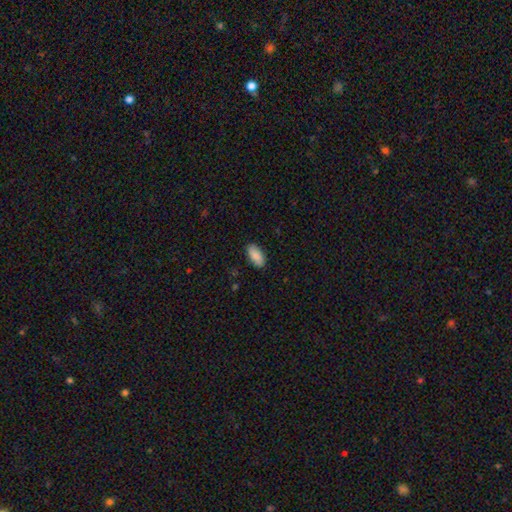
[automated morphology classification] type=smooth (85%); roundness=in between (91%); merging=none (87%).